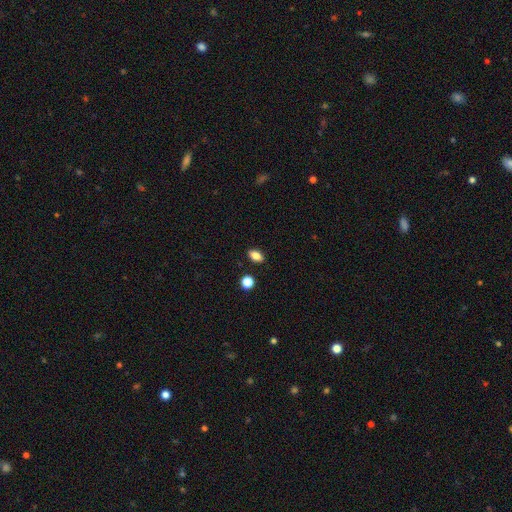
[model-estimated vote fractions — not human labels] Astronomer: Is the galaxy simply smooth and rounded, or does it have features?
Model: smooth — 83%.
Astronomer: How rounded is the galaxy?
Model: in between — 85%.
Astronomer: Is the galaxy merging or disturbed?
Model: none — 87%.